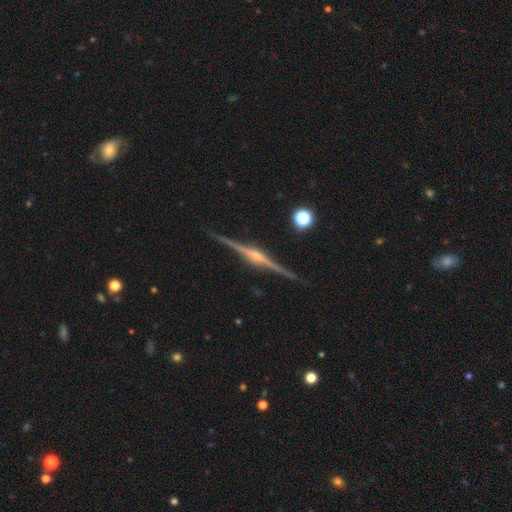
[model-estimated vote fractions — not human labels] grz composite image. It shows a featured or disk galaxy (90%) viewed edge-on (99%) with a rounded central bulge (83%). Merging: none (91%).